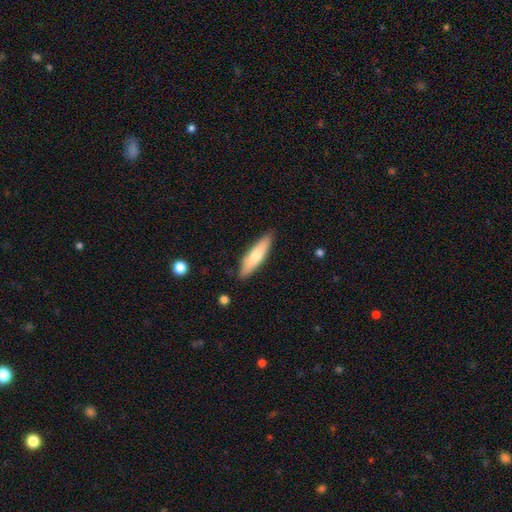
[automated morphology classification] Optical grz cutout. It shows a smooth galaxy with no disk features (67%) that is cigar-shaped (71%). Merging: none (86%).